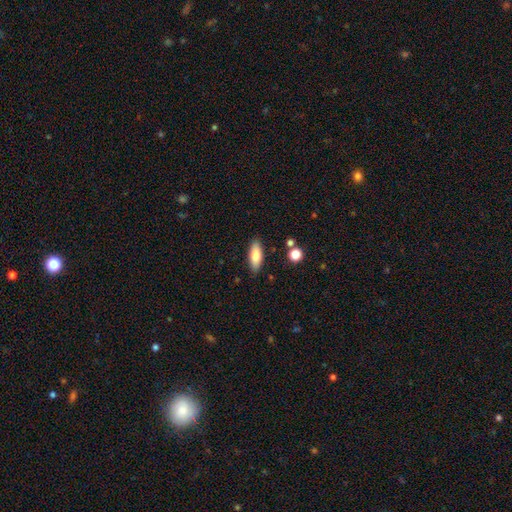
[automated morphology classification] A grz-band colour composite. It shows a smooth galaxy with no disk features (80%) that is in between round and cigar-shaped (69%). Merging: none (86%).